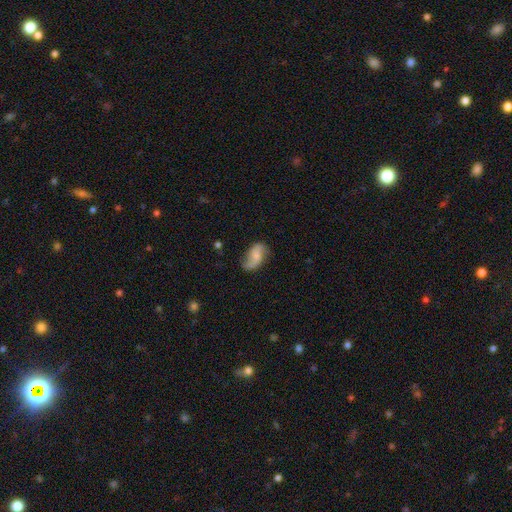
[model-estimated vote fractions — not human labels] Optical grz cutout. It shows a featured or disk galaxy (61%) with no bar (58%), 2 (82%) loose (72%) spiral arms (91%) and a small central bulge (45%). Merging: none (61%).